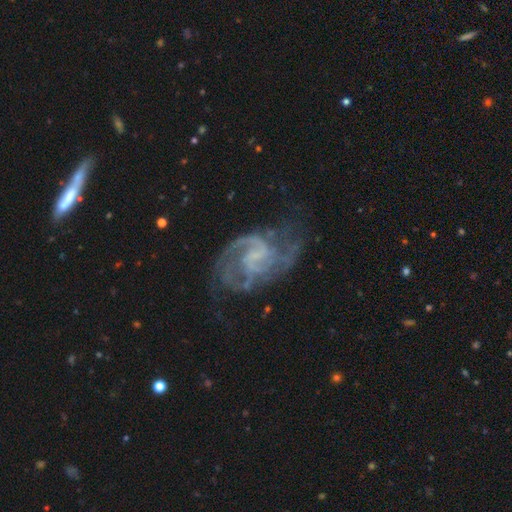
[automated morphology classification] Overall: featured or disk (87%). Edge-on disk: no (98%). Bar: weak (50%; no 33%). Spiral arms: yes (96%). Spiral arm count: 2 (70%). Spiral winding: medium (53%; tight 26%). Bulge size: none (51%; small 34%). Merging: none (57%; minor disturbance 21%).